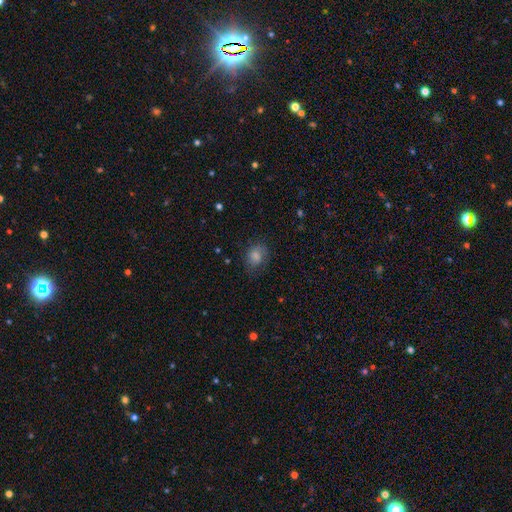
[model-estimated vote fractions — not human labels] Smooth or featured: smooth — 74% (featured or disk — 16%)
How rounded: in between — 52% (round — 47%)
Merging: none — 64% (minor disturbance — 23%)